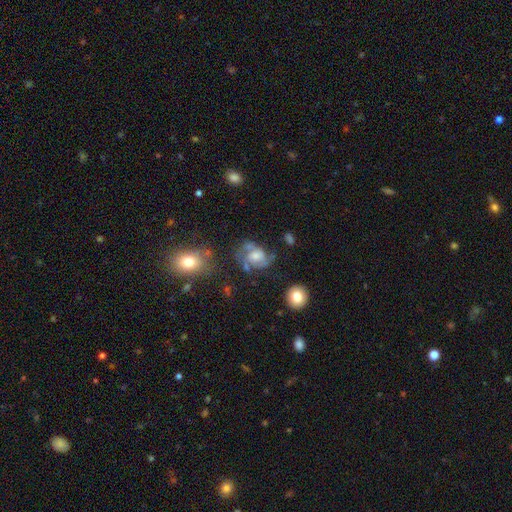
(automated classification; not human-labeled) The model was most divided on "bulge size": moderate: 41%, small: 25%, large: 18%, none: 13%, dominant: 2%. Remaining: edge-on disk — no (97%); spiral arms — yes (83%); spiral arm count — 2 (68%); smooth or featured — featured or disk (66%); bar — no (61%); spiral winding — medium (49%); merging — none (45%).